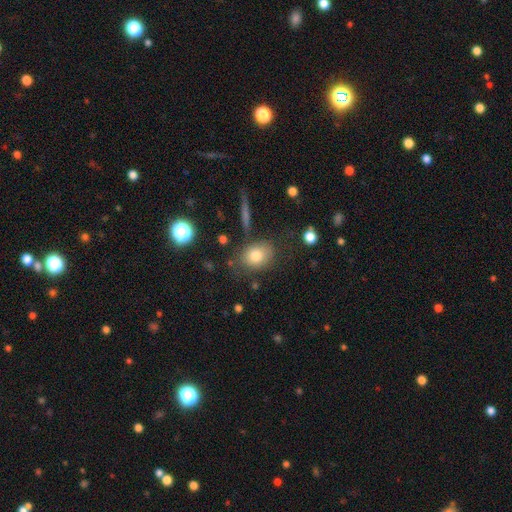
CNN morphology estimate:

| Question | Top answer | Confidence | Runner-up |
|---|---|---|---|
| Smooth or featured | smooth | 78% | featured or disk (11%) |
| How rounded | in between | 57% | round (42%) |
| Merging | none | 71% | minor disturbance (17%) |